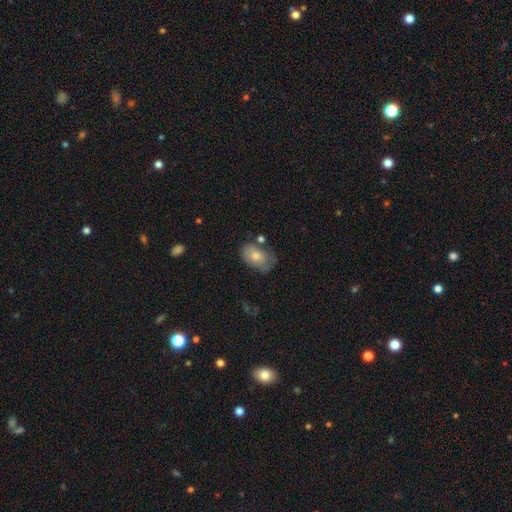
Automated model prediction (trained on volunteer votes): The model was most divided on "merging": none: 59%, minor disturbance: 27%, major disturbance: 8%, merger: 6%. More confident: how rounded — in between (86%); smooth or featured — smooth (62%).